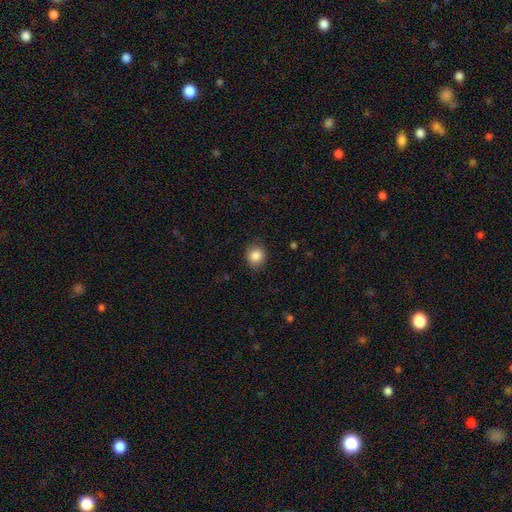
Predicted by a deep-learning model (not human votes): Smooth or featured? Predicted: smooth (p=0.85). How rounded? Predicted: round (p=0.78). Merging? Predicted: none (p=0.86).